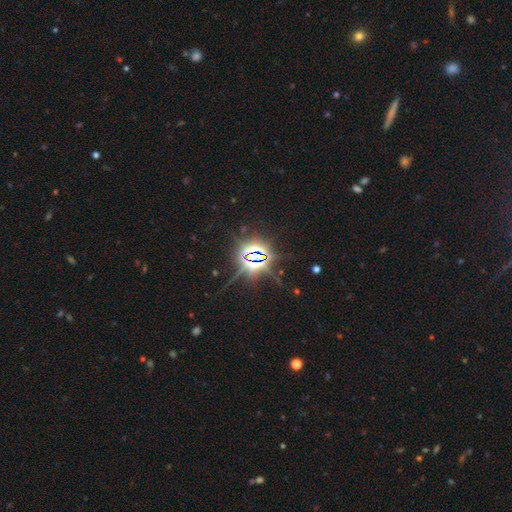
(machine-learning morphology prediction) Q: Smooth or featured?
A: star or artifact (84%); runner-up: featured or disk (8%)